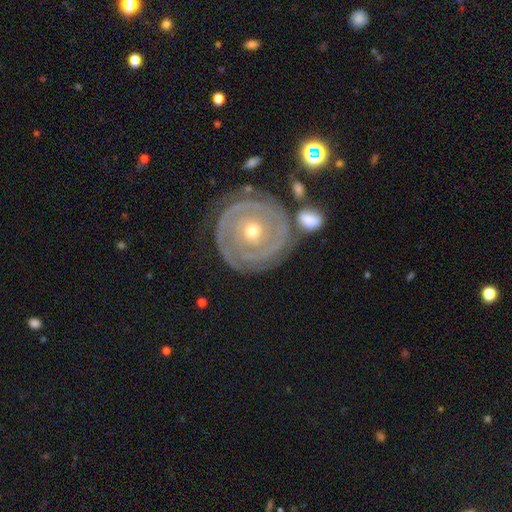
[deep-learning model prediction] Smooth or featured: featured or disk — 74% (smooth — 16%)
Edge-on disk: no — 96% (yes — 4%)
Bar: no — 82% (weak — 12%)
Spiral arms: yes — 67% (no — 33%)
Bulge size: moderate — 55% (small — 40%)
Merging: none — 80% (minor disturbance — 12%)